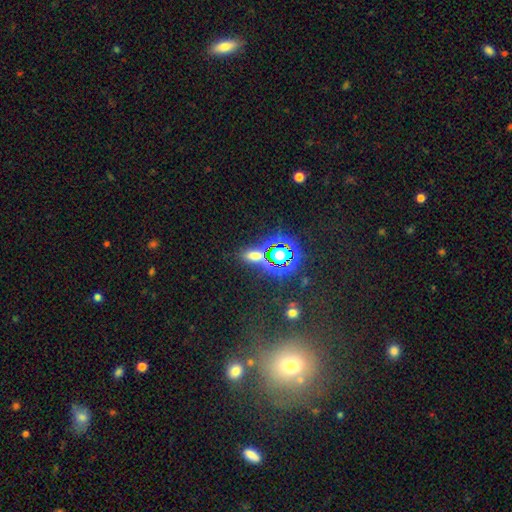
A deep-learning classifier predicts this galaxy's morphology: Q: Smooth or featured?
A: smooth (47%); runner-up: star or artifact (43%)
Q: Merging?
A: none (74%); runner-up: minor disturbance (12%)